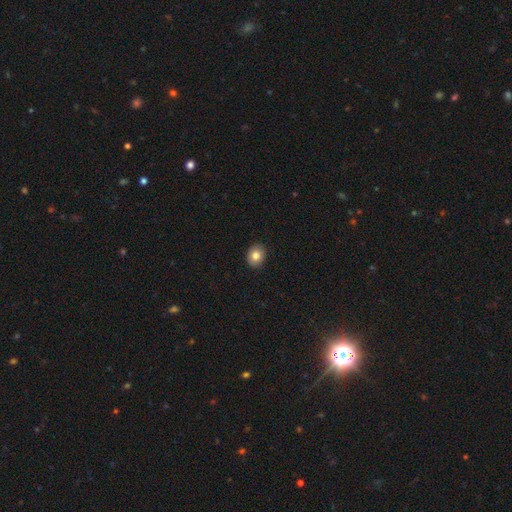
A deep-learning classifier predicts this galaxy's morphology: smooth 83%, star or artifact 9%, featured or disk 8%. Down the decision tree: how rounded — round (56%); merging — none (89%).